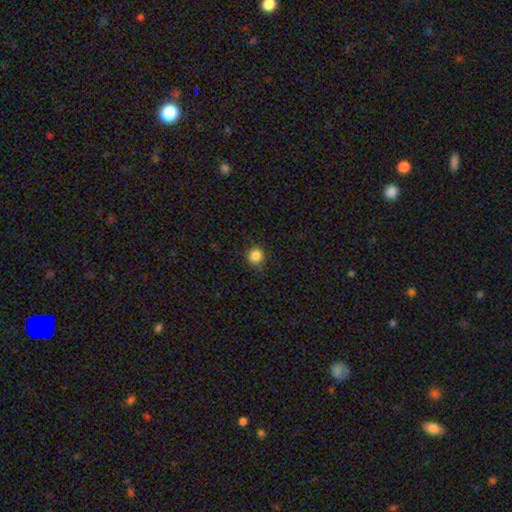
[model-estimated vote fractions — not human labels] Smooth or featured? smooth (85%)
How rounded? round (94%)
Merging? none (86%)